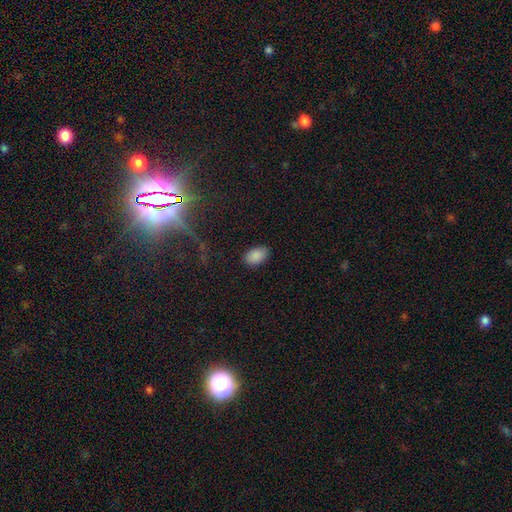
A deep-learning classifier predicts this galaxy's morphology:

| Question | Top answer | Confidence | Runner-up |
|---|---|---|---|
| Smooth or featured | smooth | 88% | star or artifact (9%) |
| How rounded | in between | 92% | round (7%) |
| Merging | none | 82% | minor disturbance (14%) |